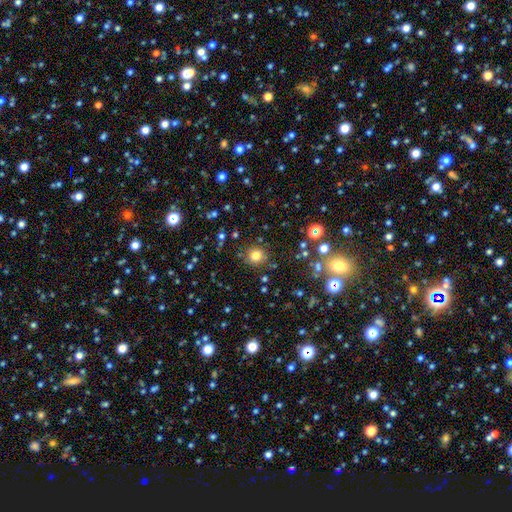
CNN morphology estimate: Smooth or featured?
  - smooth: 77% *
  - star or artifact: 17%
  - featured or disk: 7%
How rounded?
  - round: 91% *
  - in between: 8%
  - cigar-shaped: 1%
Merging?
  - none: 84% *
  - minor disturbance: 8%
  - merger: 4%
  - major disturbance: 3%